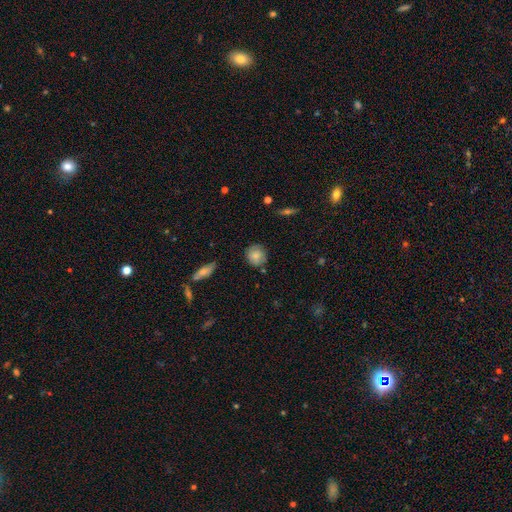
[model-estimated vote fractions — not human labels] smooth-or-featured: smooth: 73% | featured or disk: 19% | star or artifact: 8%
  how-rounded: round: 82% | in between: 16% | cigar-shaped: 1%
  merging: none: 75% | minor disturbance: 19% | major disturbance: 4% | merger: 2%